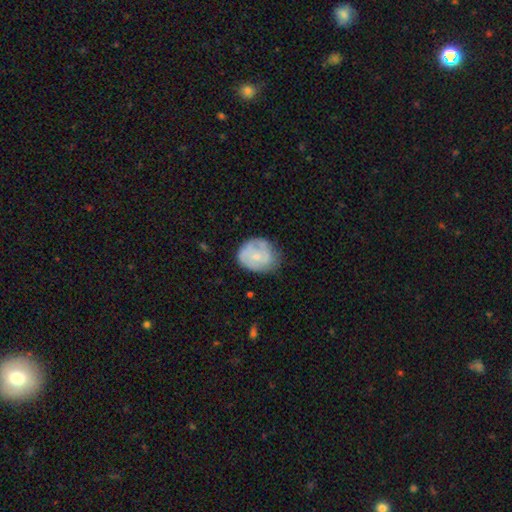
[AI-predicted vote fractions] This appears to be a smooth galaxy with no disk features (51%) that is round (64%). Merging: none (58%).